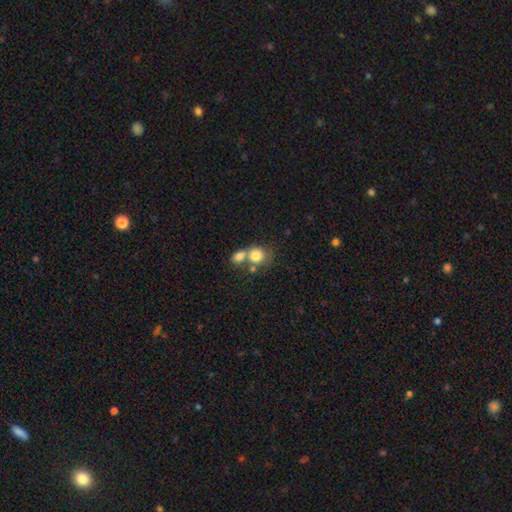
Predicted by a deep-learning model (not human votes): Smooth or featured: smooth — 79% (featured or disk — 12%)
How rounded: round — 75% (in between — 24%)
Merging: merger — 55% (none — 32%)